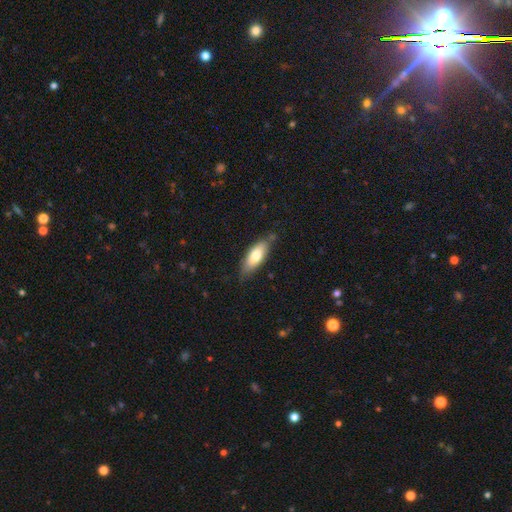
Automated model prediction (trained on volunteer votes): A smooth galaxy with no disk features (72%) that is in between round and cigar-shaped (71%). Merging: none (76%).